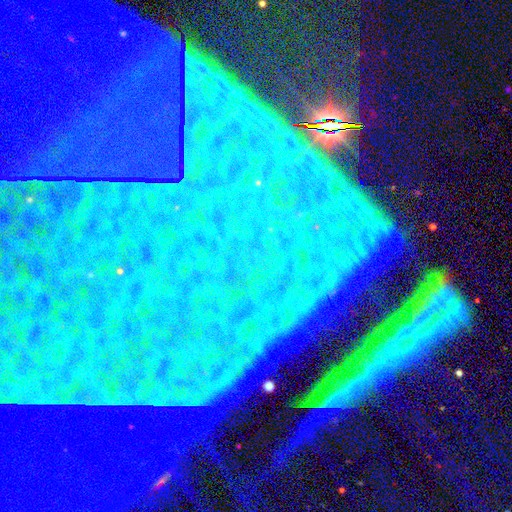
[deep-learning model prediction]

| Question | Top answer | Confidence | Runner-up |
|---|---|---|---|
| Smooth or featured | star or artifact | 86% | featured or disk (8%) |